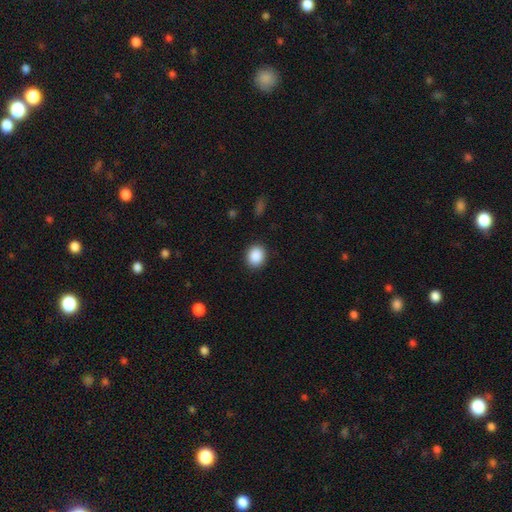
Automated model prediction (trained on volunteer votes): A smooth galaxy with no disk features (89%) that is round (66%). Merging: none (90%).